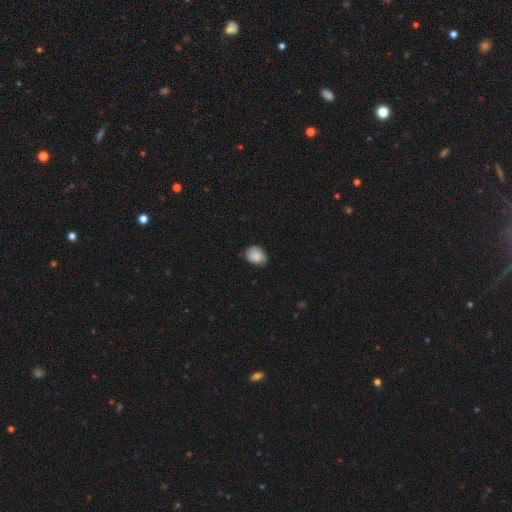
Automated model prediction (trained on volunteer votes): smooth_or_featured: smooth (p=0.82) [alt: featured or disk p=0.11]
how_rounded: in between (p=0.58) [alt: round p=0.41]
merging: none (p=0.66) [alt: minor disturbance p=0.28]